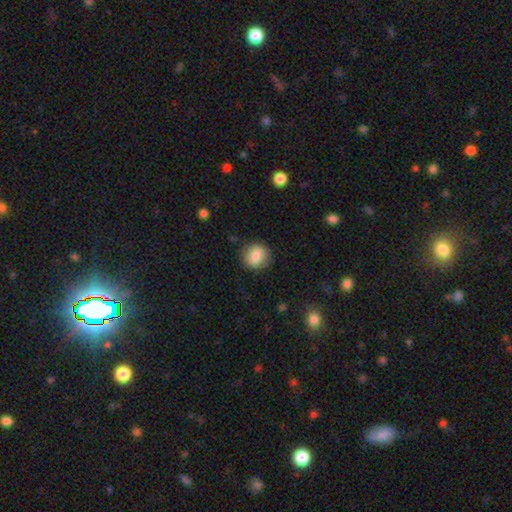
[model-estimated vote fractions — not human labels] smooth_or_featured: smooth (p=0.84) [alt: featured or disk p=0.08]
how_rounded: round (p=0.79) [alt: in between p=0.20]
merging: none (p=0.84) [alt: minor disturbance p=0.11]